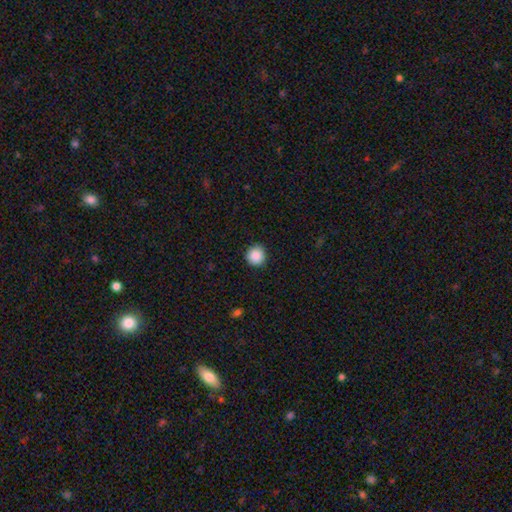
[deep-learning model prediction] Overall: smooth (89%). How rounded: round (93%). Merging: none (89%).